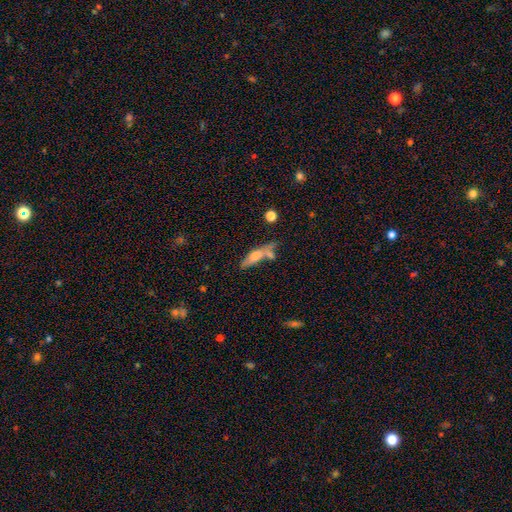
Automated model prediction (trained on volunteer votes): Overall: smooth (51%; featured or disk 41%). How rounded: cigar-shaped (70%). Merging: none (53%; merger 21%).